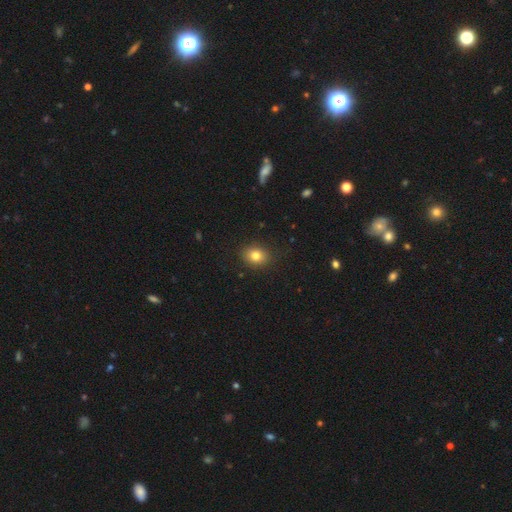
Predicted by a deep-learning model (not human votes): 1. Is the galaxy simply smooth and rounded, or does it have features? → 81% smooth, 11% star or artifact, 8% featured or disk.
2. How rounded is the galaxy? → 50% in between, 49% round, 1% cigar-shaped.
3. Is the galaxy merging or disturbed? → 87% none, 9% minor disturbance, 2% major disturbance, 1% merger.